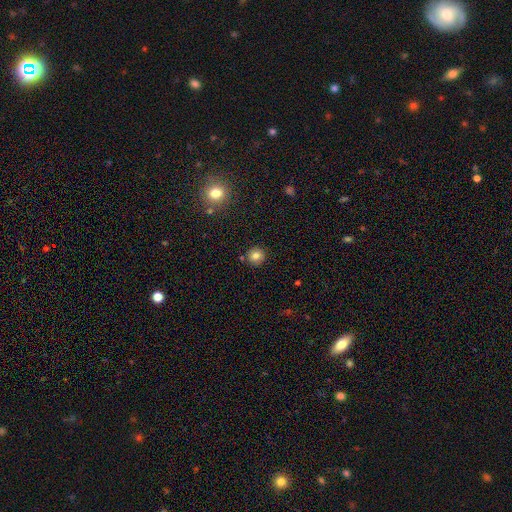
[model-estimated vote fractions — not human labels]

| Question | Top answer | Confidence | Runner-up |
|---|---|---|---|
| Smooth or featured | smooth | 80% | star or artifact (11%) |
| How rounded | round | 93% | in between (6%) |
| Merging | none | 88% | minor disturbance (7%) |